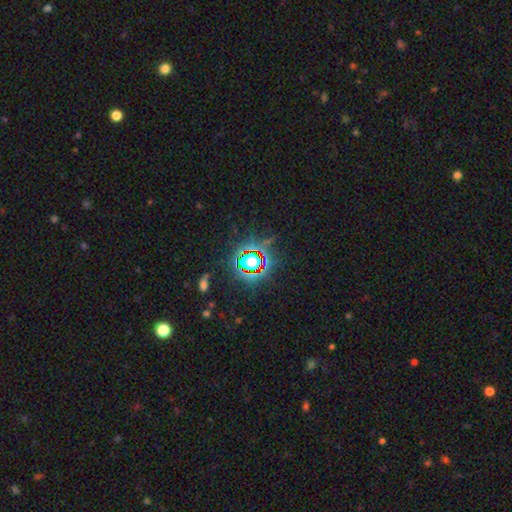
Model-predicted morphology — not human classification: A star or artifact, not a galaxy (81%).